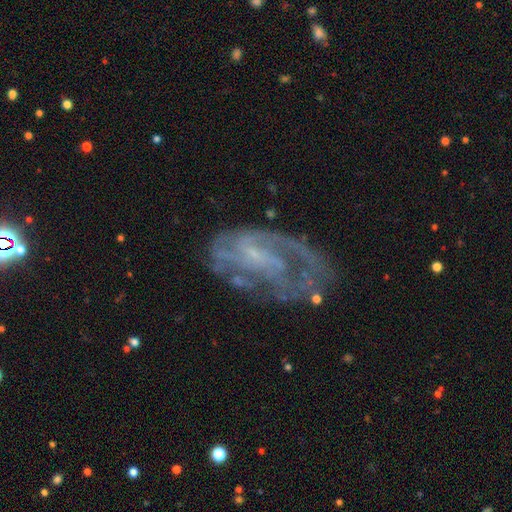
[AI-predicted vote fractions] smooth_or_featured: featured or disk (p=0.79) [alt: smooth p=0.13]
disk_edge_on: no (p=0.96) [alt: yes p=0.04]
bar: no (p=0.50) [alt: weak p=0.39]
has_spiral_arms: yes (p=0.78) [alt: no p=0.22]
spiral_winding: medium (p=0.39) [tied with: tight p=0.39]
spiral_arm_count: can't tell (p=0.36) [alt: 2 p=0.26]
bulge_size: small (p=0.60) [alt: none p=0.28]
merging: none (p=0.47) [alt: major disturbance p=0.28]